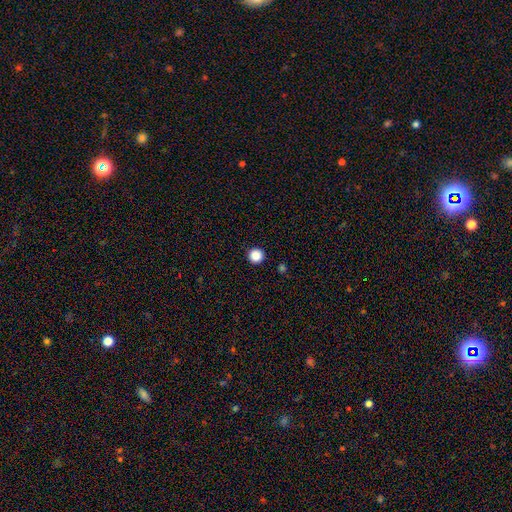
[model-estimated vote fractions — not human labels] This is clearly a smooth galaxy (88%). How rounded: clearly round (97%). Merging: clearly none (94%).